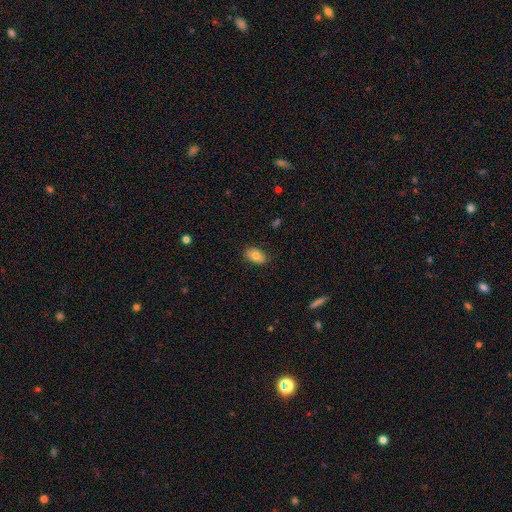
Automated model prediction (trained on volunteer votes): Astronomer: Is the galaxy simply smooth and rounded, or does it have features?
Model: smooth — 79%.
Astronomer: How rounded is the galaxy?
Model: in between — 89%.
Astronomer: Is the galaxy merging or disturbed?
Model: none — 84%.